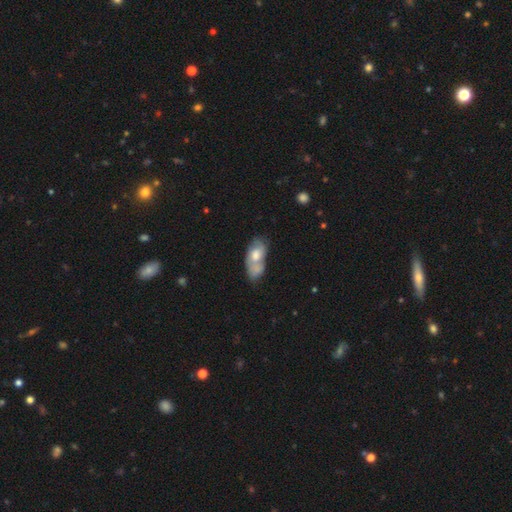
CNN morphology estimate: Q: Smooth or featured?
A: smooth (51%); runner-up: featured or disk (42%)
Q: How rounded?
A: in between (86%); runner-up: cigar-shaped (8%)
Q: Merging?
A: none (38%); runner-up: merger (27%)